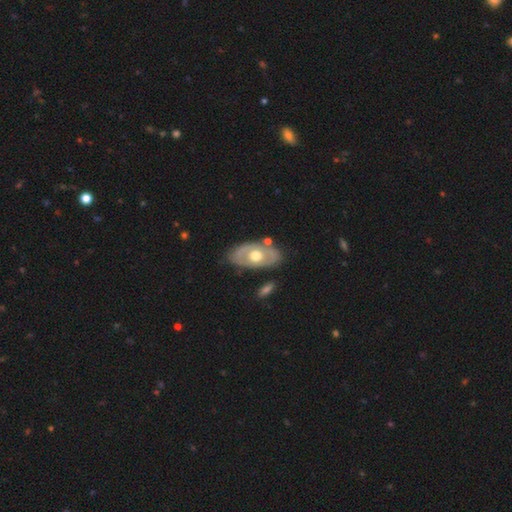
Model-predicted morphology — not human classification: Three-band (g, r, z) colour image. It shows a featured or disk galaxy (59%) with no bar (90%), no spiral arms (81%) and a moderate central bulge (72%). Merging: none (76%).